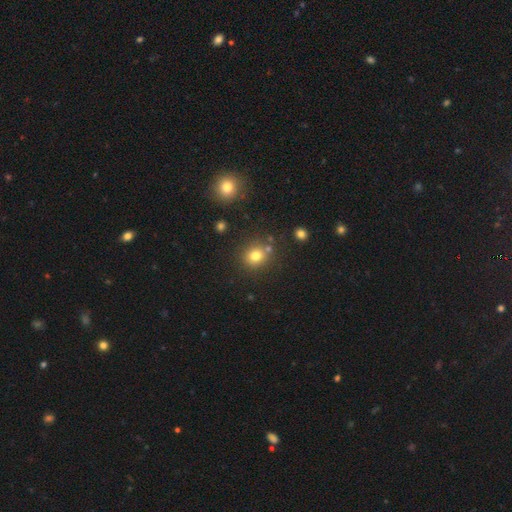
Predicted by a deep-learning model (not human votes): Smooth or featured: smooth — 78% (star or artifact — 14%)
How rounded: round — 82% (in between — 17%)
Merging: none — 77% (minor disturbance — 10%)